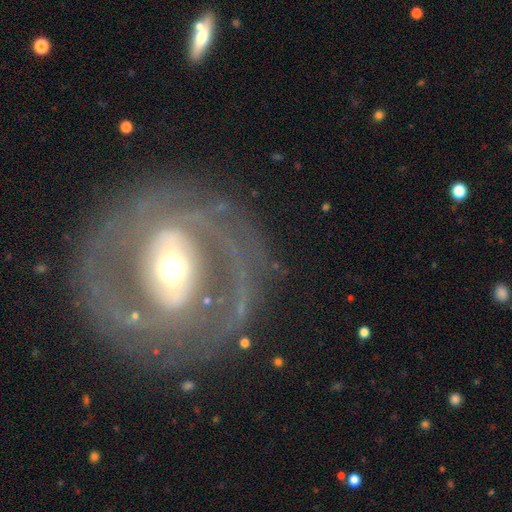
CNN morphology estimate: type=featured or disk (84%); edge-on=no (96%); bar=strong (50%); spiral arms=yes (82%); winding=tight (48%); arm count=2 (73%); bulge=moderate (59%); merging=none (78%).